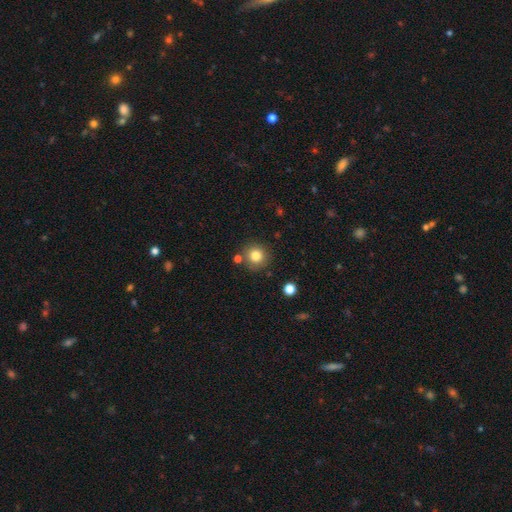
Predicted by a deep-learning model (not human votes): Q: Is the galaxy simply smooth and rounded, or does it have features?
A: smooth — 82%.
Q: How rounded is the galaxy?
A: round — 93%.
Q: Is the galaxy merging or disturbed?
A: none — 83%.